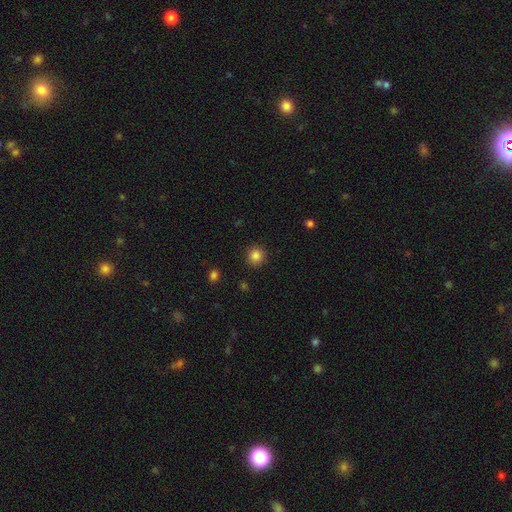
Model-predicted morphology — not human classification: This is clearly a smooth galaxy (85%). How rounded: clearly round (92%). Merging: clearly none (91%).